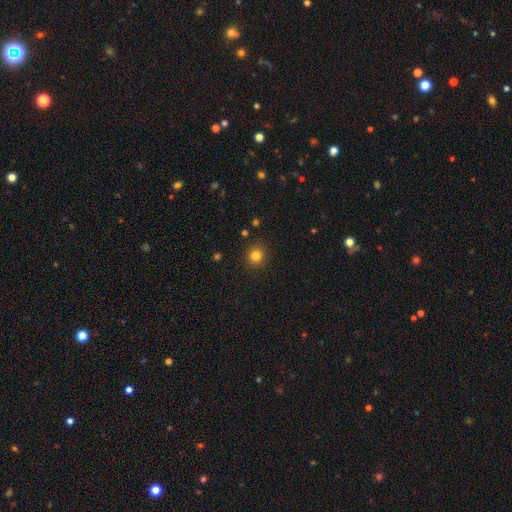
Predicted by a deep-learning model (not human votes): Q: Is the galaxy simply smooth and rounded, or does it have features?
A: smooth — 82%.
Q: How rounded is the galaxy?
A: round — 92%.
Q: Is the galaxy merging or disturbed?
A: none — 90%.